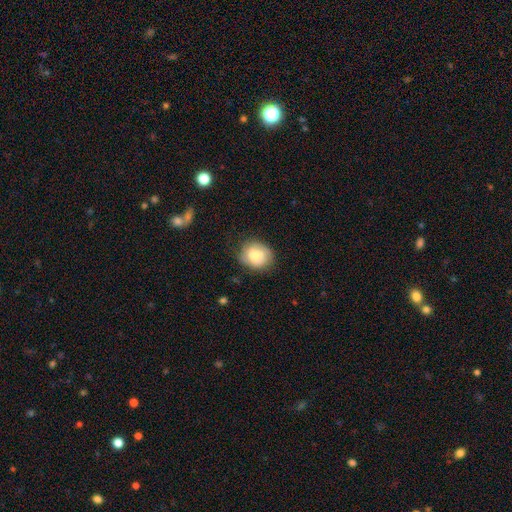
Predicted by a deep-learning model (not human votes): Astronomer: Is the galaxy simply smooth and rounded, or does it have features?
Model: smooth — 65%.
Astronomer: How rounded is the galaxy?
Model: round — 71%.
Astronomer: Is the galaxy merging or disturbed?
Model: none — 71%.